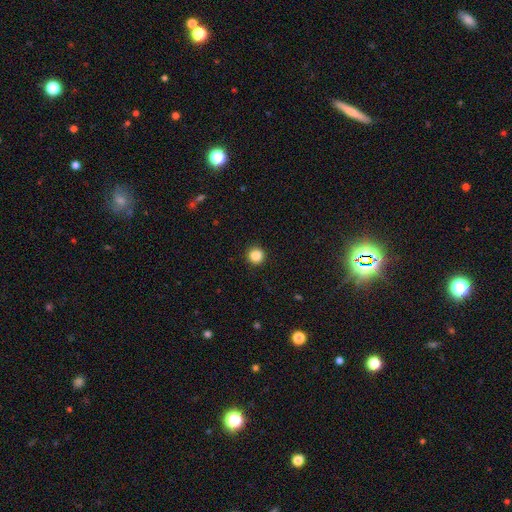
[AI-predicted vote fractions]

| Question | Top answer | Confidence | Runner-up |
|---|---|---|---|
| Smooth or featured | smooth | 87% | star or artifact (11%) |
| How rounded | round | 95% | in between (4%) |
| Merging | none | 92% | minor disturbance (5%) |